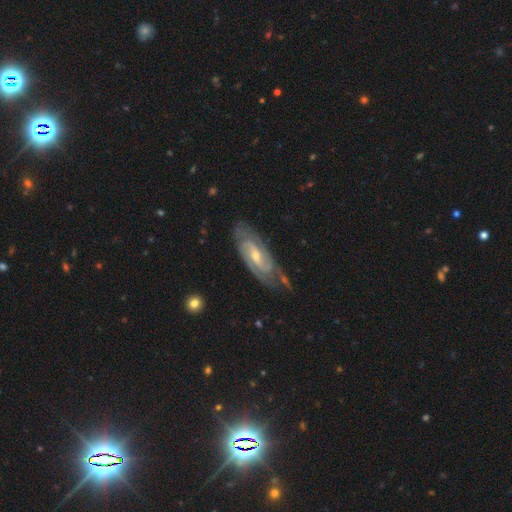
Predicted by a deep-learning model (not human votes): smooth-or-featured: featured or disk: 88% | smooth: 7% | star or artifact: 5%
  disk-edge-on: no: 93% | yes: 7%
    bar: weak: 48% | no: 31% | strong: 22%
    has-spiral-arms: yes: 97% | no: 3%
      spiral-winding: tight: 55% | medium: 36% | loose: 8%
      spiral-arm-count: 2: 71% | can't tell: 13% | 3: 9% | 4: 3% | 1: 2% | more than 4: 2%
    bulge-size: small: 58% | moderate: 39% | none: 1% | large: 1% | dominant: 1%
  merging: none: 70% | minor disturbance: 20% | major disturbance: 6% | merger: 3%